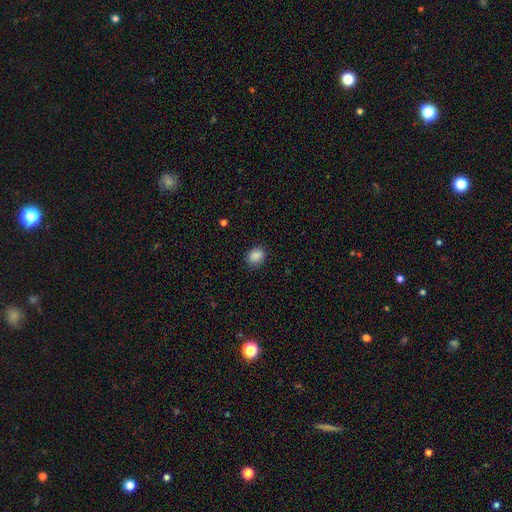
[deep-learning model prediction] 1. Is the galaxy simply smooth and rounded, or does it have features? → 87% smooth, 9% star or artifact, 4% featured or disk.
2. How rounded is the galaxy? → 50% in between, 49% round, 1% cigar-shaped.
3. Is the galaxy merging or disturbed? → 83% none, 13% minor disturbance, 3% major disturbance, 1% merger.